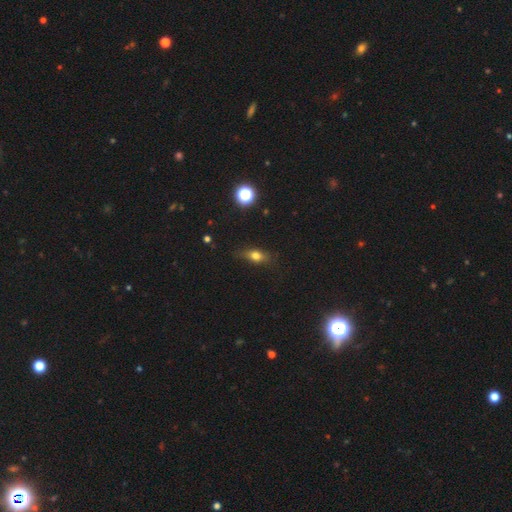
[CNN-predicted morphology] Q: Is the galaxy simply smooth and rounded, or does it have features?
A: smooth — 67%.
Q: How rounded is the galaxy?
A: in between — 66%.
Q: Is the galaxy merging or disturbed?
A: none — 75%.